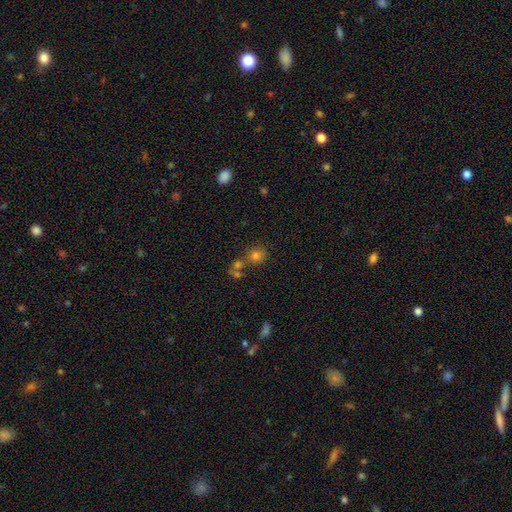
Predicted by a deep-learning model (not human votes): Morphology: type=smooth (72%); roundness=round (84%); merging=none (60%).